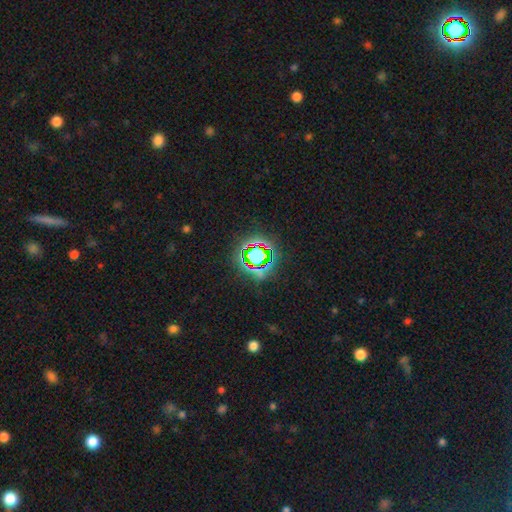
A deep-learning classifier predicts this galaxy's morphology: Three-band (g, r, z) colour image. It shows a star or artifact, not a galaxy (70%).